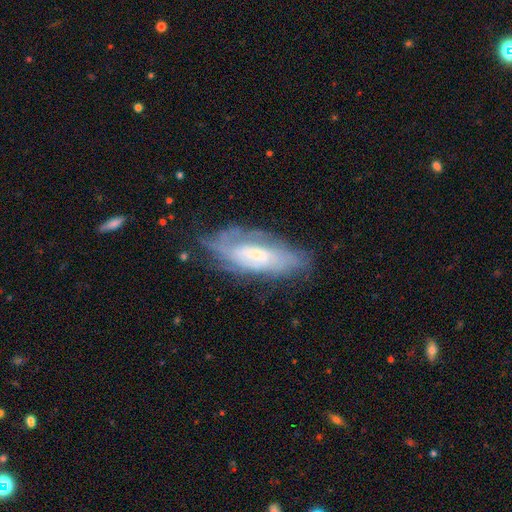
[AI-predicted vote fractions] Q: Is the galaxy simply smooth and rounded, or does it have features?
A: featured or disk — 69%.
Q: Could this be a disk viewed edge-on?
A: no — 84%.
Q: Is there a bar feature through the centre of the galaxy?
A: no — 47%.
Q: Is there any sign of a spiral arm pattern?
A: yes — 81%.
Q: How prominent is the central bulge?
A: small — 37%.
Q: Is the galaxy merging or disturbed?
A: none — 60%.